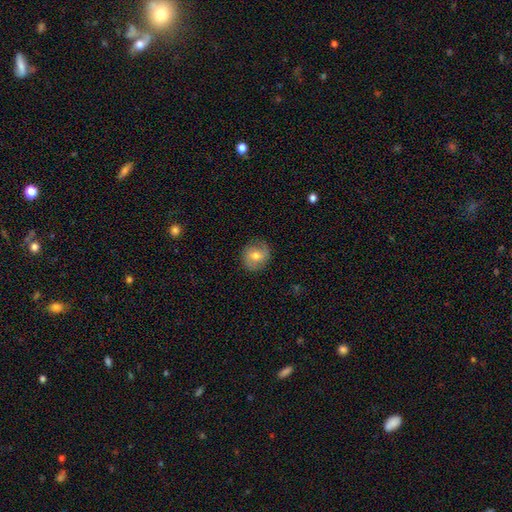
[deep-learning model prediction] Morphology: type=smooth (66%); roundness=round (79%); merging=none (82%).